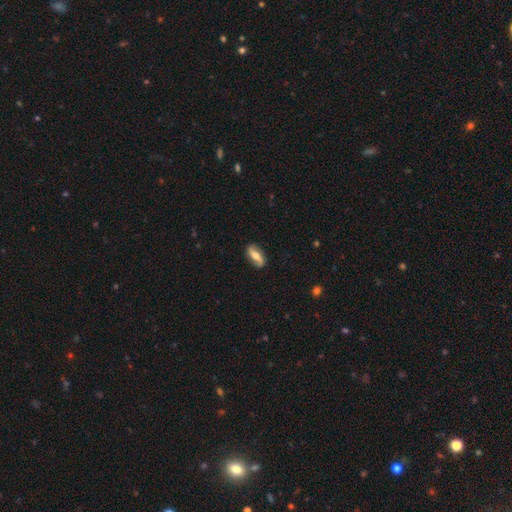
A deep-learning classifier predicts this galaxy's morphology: A featured or disk galaxy (53%).

Vote fractions:
- Smooth or featured? featured or disk: 53% / smooth: 40% / star or artifact: 6%
- Edge-on disk? no: 81% / yes: 19%
- Merging? none: 83% / minor disturbance: 13% / major disturbance: 3% / merger: 1%